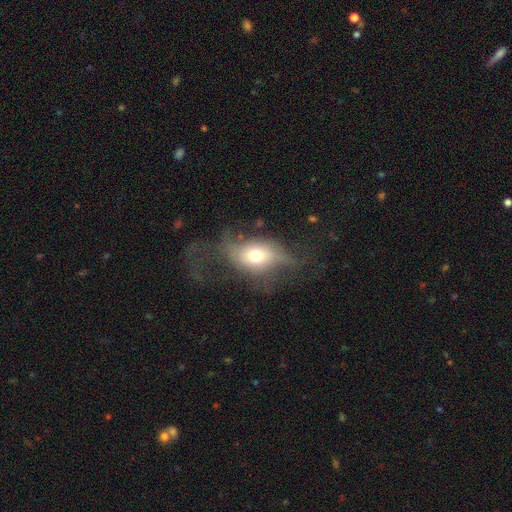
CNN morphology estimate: Smooth or featured? smooth (52%)
How rounded? in between (70%)
Merging? major disturbance (42%)